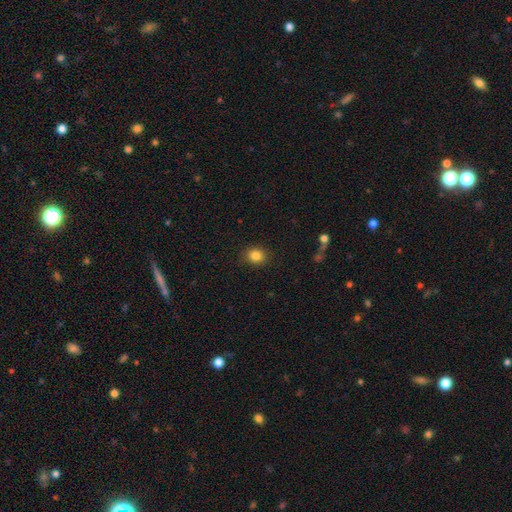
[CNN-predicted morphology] type=smooth (84%); roundness=round (71%); merging=none (89%).